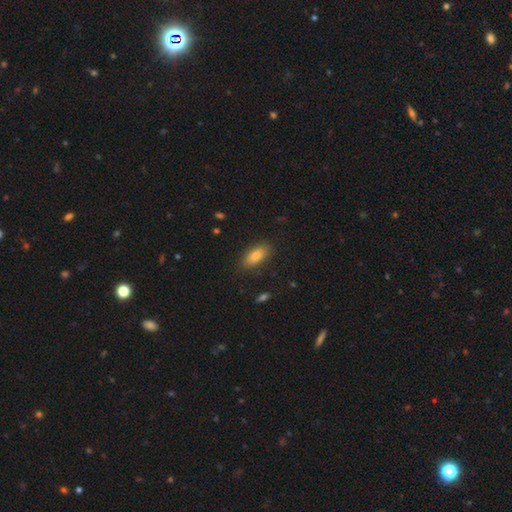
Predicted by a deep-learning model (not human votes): Morphology: type=smooth (81%); roundness=in between (83%); merging=none (86%).